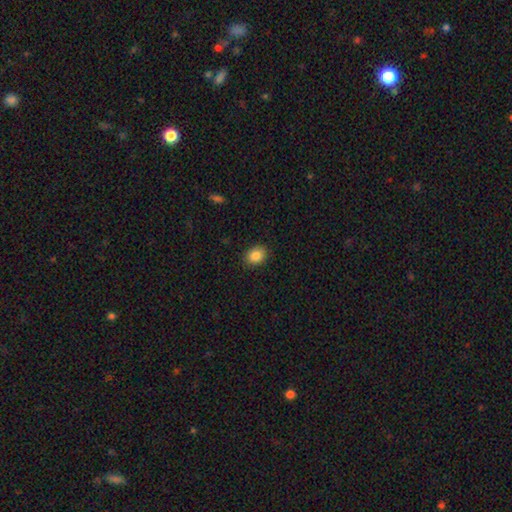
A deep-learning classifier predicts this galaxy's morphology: Smooth or featured?
  - smooth: 87% *
  - star or artifact: 9%
  - featured or disk: 5%
How rounded?
  - in between: 57% *
  - round: 42%
  - cigar-shaped: 1%
Merging?
  - none: 88% *
  - minor disturbance: 8%
  - major disturbance: 2%
  - merger: 1%